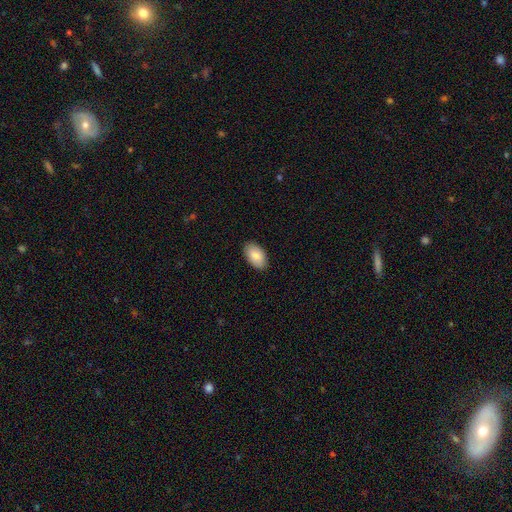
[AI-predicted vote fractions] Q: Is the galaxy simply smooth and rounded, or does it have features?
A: smooth — 86%.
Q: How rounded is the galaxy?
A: in between — 95%.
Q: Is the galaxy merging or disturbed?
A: none — 89%.